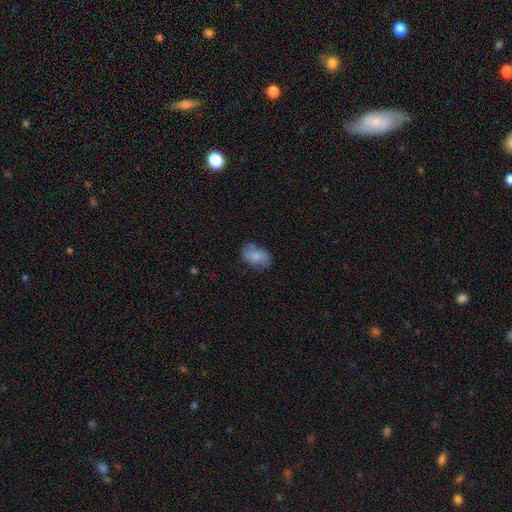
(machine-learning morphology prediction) A smooth galaxy with no disk features (78%) that is in between round and cigar-shaped (84%).

Vote fractions:
- Smooth or featured? smooth: 78% / featured or disk: 15% / star or artifact: 8%
- How rounded? in between: 84% / round: 15% / cigar-shaped: 1%
- Merging? none: 64% / minor disturbance: 25% / major disturbance: 8% / merger: 4%